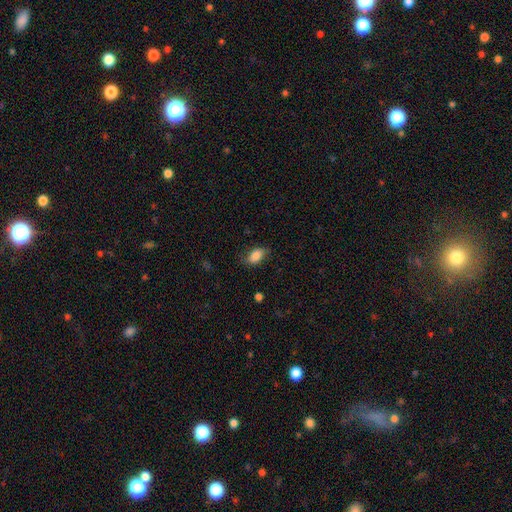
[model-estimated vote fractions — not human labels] Q: Smooth or featured?
A: smooth (85%); runner-up: star or artifact (8%)
Q: How rounded?
A: in between (90%); runner-up: round (8%)
Q: Merging?
A: none (76%); runner-up: minor disturbance (18%)